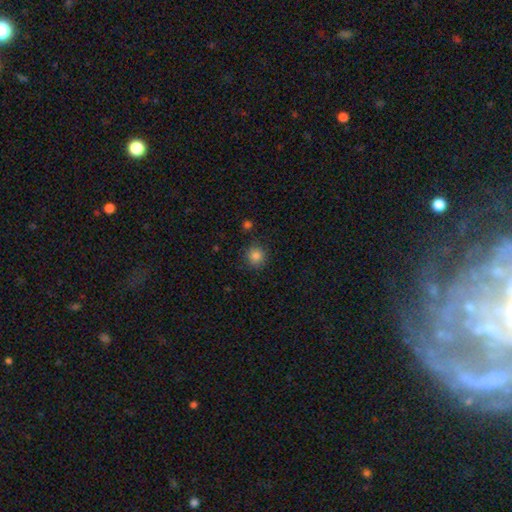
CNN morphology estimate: A smooth galaxy with no disk features (84%) that is round (91%).

Vote fractions:
- Smooth or featured? smooth: 84% / star or artifact: 11% / featured or disk: 5%
- How rounded? round: 91% / in between: 8% / cigar-shaped: 1%
- Merging? none: 86% / minor disturbance: 9% / merger: 3% / major disturbance: 3%